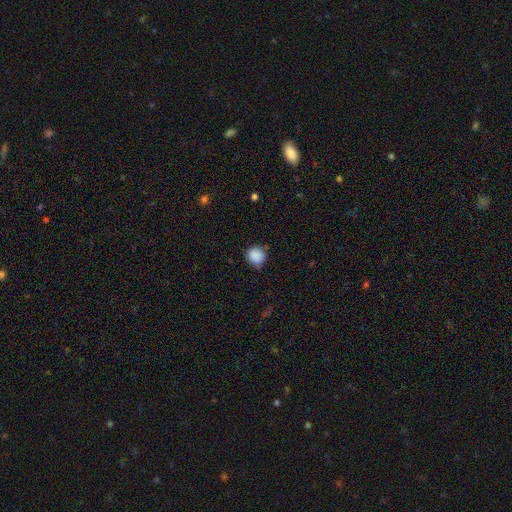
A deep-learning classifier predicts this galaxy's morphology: This appears to be a smooth galaxy with no disk features (88%) that is round (88%). Merging: none (75%).